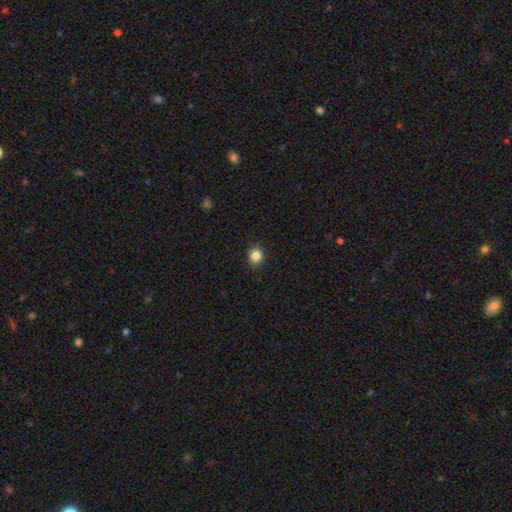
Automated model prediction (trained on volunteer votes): Smooth or featured? smooth (85%)
How rounded? round (79%)
Merging? none (90%)